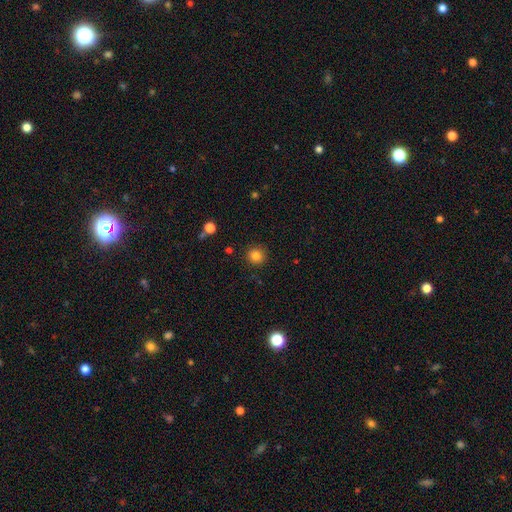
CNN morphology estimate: Smooth or featured? smooth (83%)
How rounded? round (92%)
Merging? none (90%)